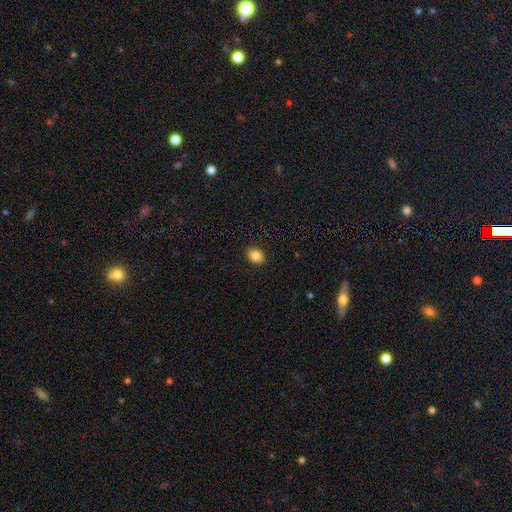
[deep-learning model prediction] This is clearly a smooth galaxy (86%). How rounded: likely in between (61%). Merging: clearly none (90%).